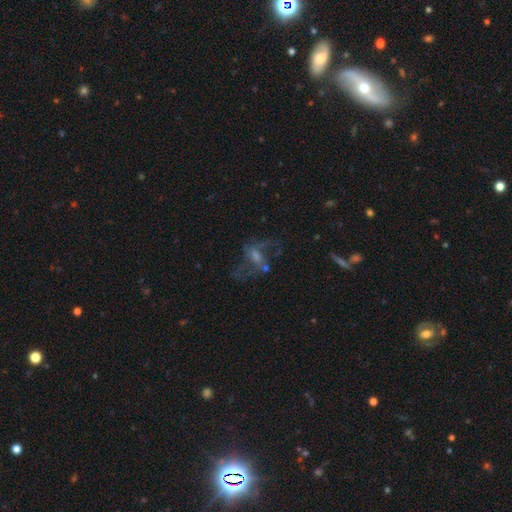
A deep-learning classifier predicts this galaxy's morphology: type=featured or disk (61%); edge-on=no (94%); bar=no (54%); spiral arms=yes (57%); bulge=moderate (38%); merging=none (46%).